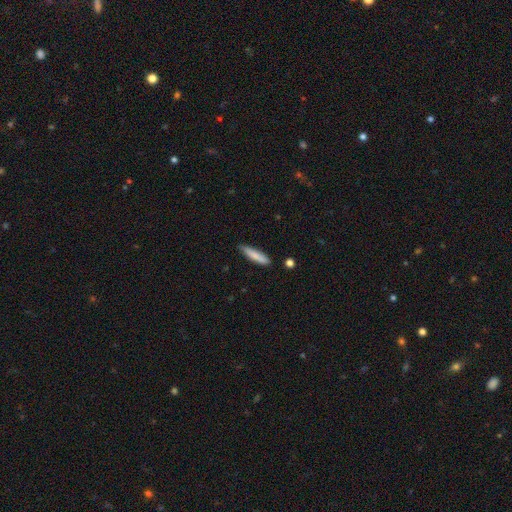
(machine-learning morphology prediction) Smooth or featured? Predicted: smooth (p=0.81). How rounded? Predicted: cigar-shaped (p=0.81). Merging? Predicted: none (p=0.79).